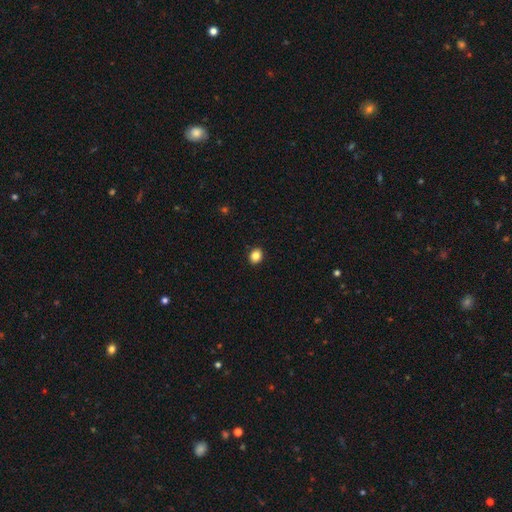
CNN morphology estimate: Smooth or featured? Predicted: smooth (p=0.85). How rounded? Predicted: round (p=0.55). Merging? Predicted: none (p=0.91).